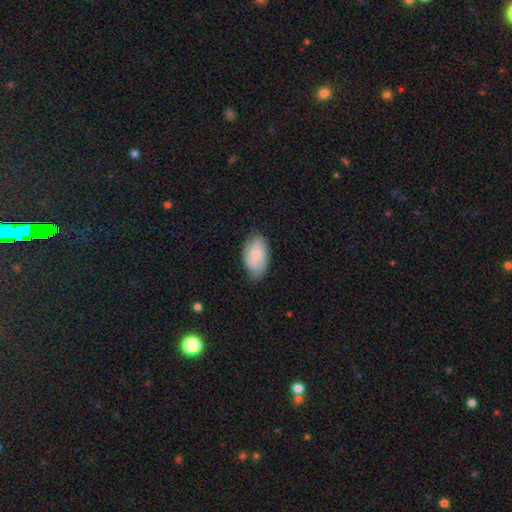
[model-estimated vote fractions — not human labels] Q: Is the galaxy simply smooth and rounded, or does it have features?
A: smooth — 70%.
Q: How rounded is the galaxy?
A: in between — 94%.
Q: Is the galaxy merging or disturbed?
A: none — 75%.